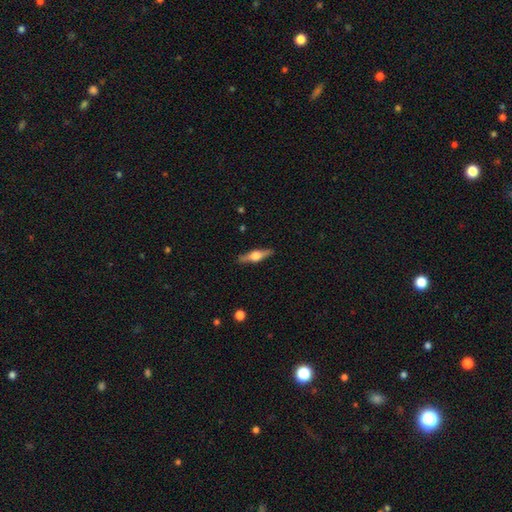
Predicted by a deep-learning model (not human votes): Smooth or featured?
  - featured or disk: 68% *
  - smooth: 27%
  - star or artifact: 6%
Edge-on disk?
  - yes: 97% *
  - no: 3%
Edge-on bulge?
  - rounded: 94% *
  - boxy: 4%
  - none: 2%
Merging?
  - none: 90% *
  - minor disturbance: 7%
  - major disturbance: 2%
  - merger: 1%